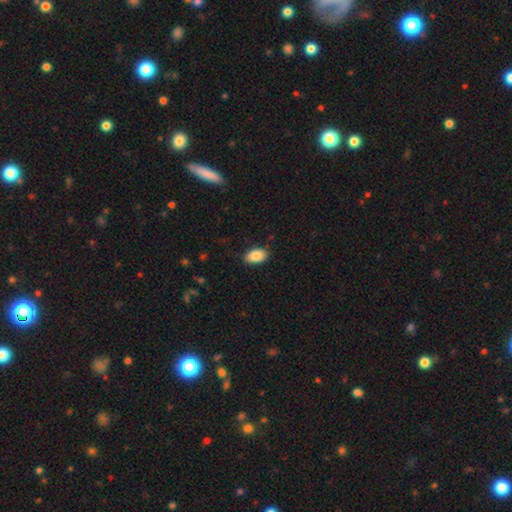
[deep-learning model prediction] This appears to be a smooth galaxy with no disk features (86%) that is in between round and cigar-shaped (93%). Merging: none (87%).